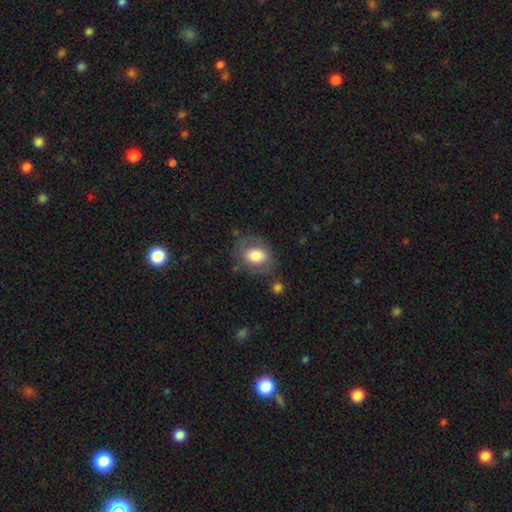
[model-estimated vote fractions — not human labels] smooth 72%, featured or disk 21%, star or artifact 8%. Down the decision tree: how rounded — in between (53%); merging — none (67%).